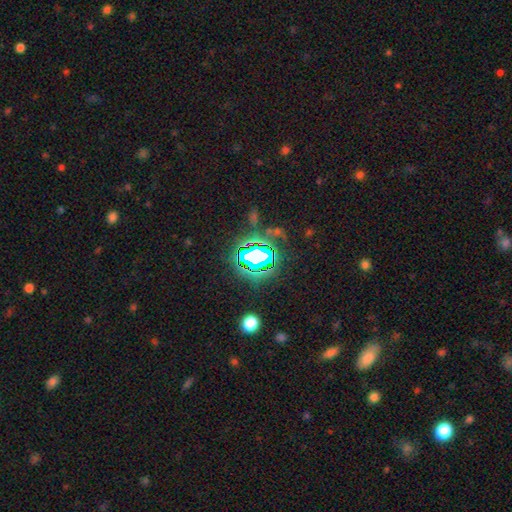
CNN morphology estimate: Smooth or featured?
  - star or artifact: 71% *
  - smooth: 17%
  - featured or disk: 13%